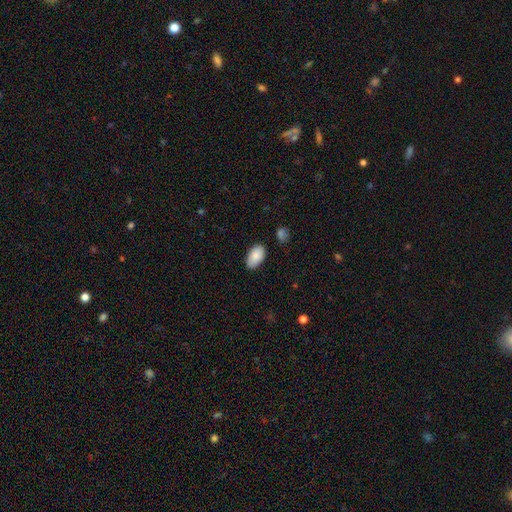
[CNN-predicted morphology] A smooth galaxy with no disk features (87%) that is in between round and cigar-shaped (94%). Merging: none (82%).